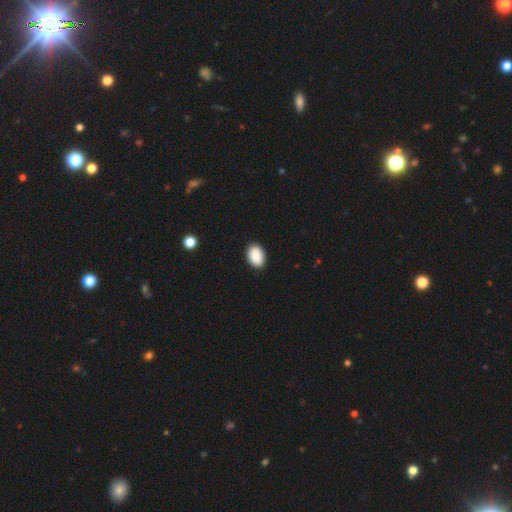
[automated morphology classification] Q: Smooth or featured?
A: smooth (90%); runner-up: star or artifact (7%)
Q: How rounded?
A: in between (86%); runner-up: round (13%)
Q: Merging?
A: none (89%); runner-up: minor disturbance (8%)